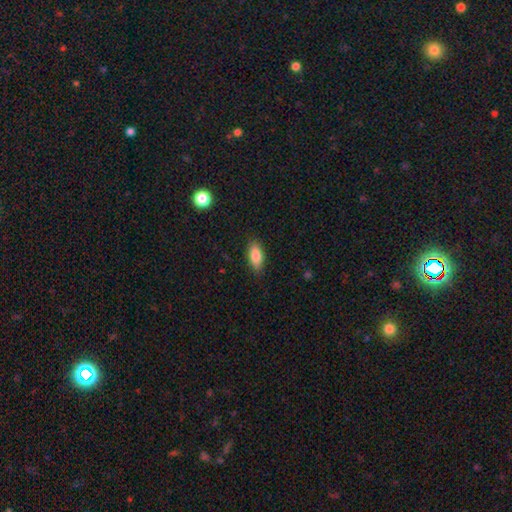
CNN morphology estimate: Overall: smooth (83%). How rounded: in between (83%). Merging: none (86%).